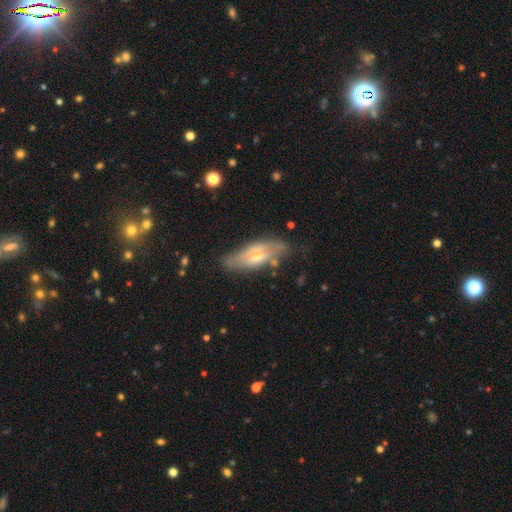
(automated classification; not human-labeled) This is possibly a featured or disk galaxy (59%). It is possibly not viewed edge-on (56%). Merging: likely none (63%).